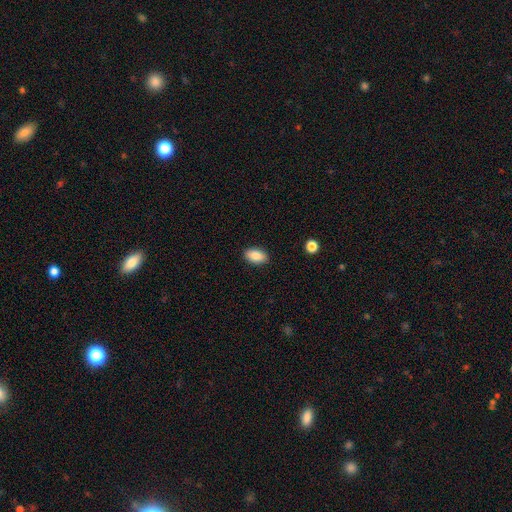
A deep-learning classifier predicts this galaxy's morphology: Q: Smooth or featured?
A: smooth (87%); runner-up: star or artifact (7%)
Q: How rounded?
A: in between (92%); runner-up: round (6%)
Q: Merging?
A: none (89%); runner-up: minor disturbance (8%)